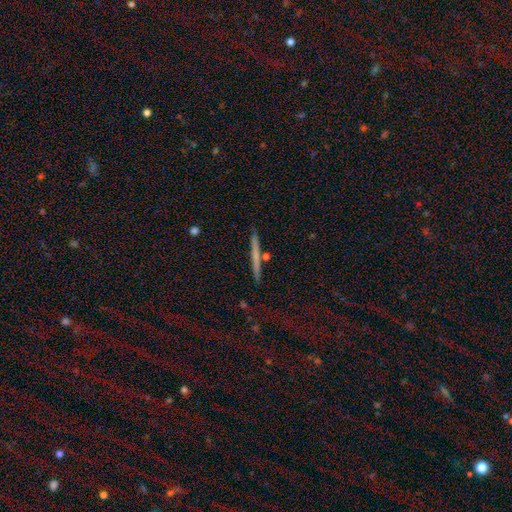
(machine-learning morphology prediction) The model was most divided on "smooth or featured": smooth: 50%, featured or disk: 42%, star or artifact: 8%. More confident: merging — none (89%).